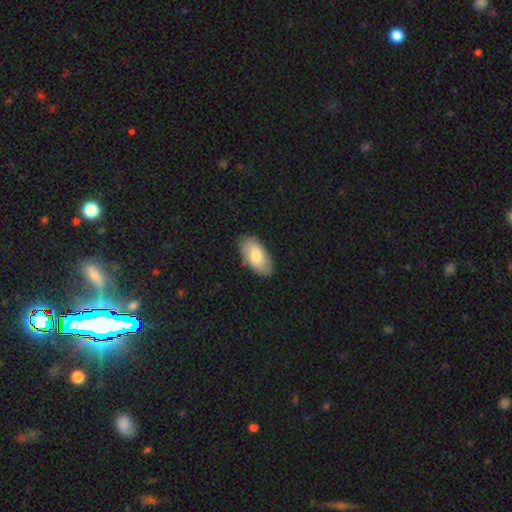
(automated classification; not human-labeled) A smooth galaxy with no disk features (79%) that is in between round and cigar-shaped (94%).

Vote fractions:
- Smooth or featured? smooth: 79% / featured or disk: 15% / star or artifact: 6%
- How rounded? in between: 94% / cigar-shaped: 3% / round: 3%
- Merging? none: 82% / minor disturbance: 14% / major disturbance: 3% / merger: 1%